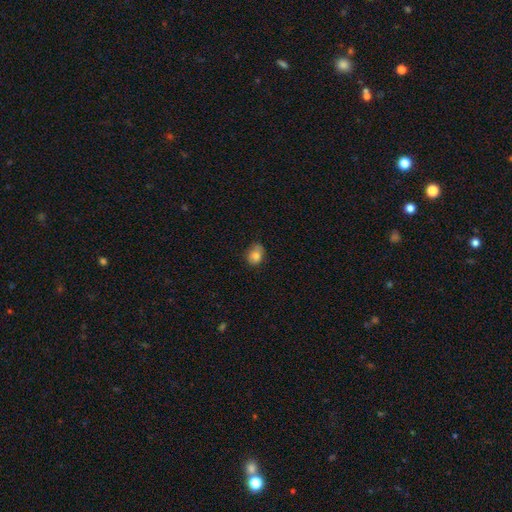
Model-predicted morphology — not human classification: Smooth or featured? Predicted: smooth (p=0.81). How rounded? Predicted: in between (p=0.61). Merging? Predicted: none (p=0.68).